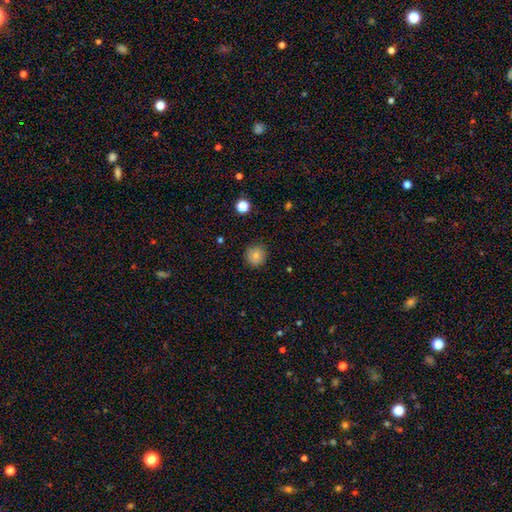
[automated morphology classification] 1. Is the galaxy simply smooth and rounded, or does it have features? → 83% smooth, 10% star or artifact, 7% featured or disk.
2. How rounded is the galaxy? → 92% round, 7% in between, 1% cigar-shaped.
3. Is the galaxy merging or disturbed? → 87% none, 9% minor disturbance, 2% major disturbance, 1% merger.